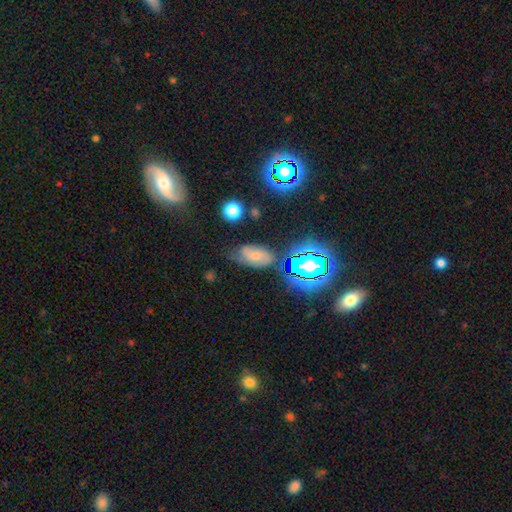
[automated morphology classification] A featured or disk galaxy (42%). Merging: none (60%).